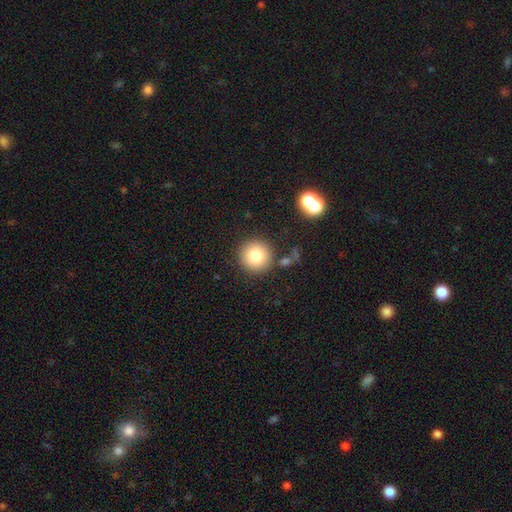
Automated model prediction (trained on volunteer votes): This is clearly a smooth galaxy (82%). How rounded: clearly round (95%). Merging: clearly none (83%).